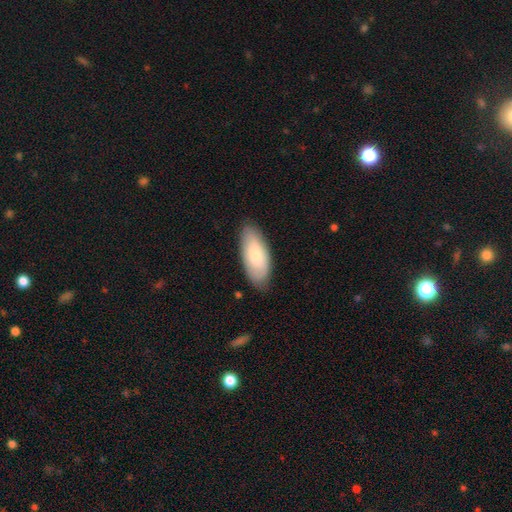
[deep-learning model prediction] This is likely a smooth galaxy (73%). How rounded: clearly in between (88%). Merging: clearly none (81%).